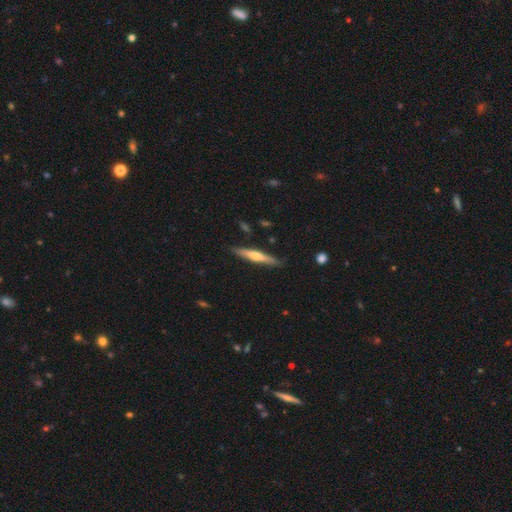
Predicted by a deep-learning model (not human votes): featured or disk 51%, smooth 44%, star or artifact 6%. Down the decision tree: edge-on disk — yes (95%); merging — none (88%).